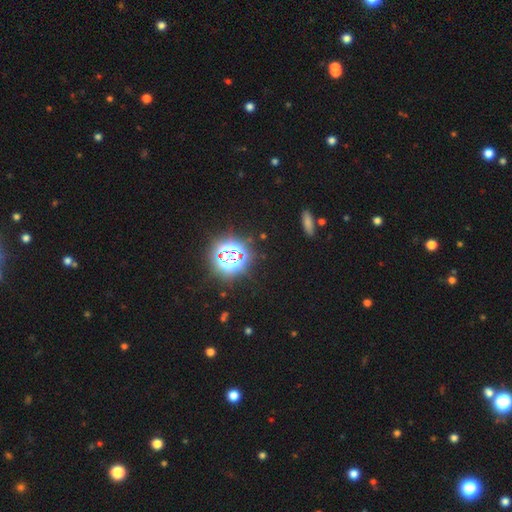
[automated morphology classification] Smooth or featured?
  - star or artifact: 82% *
  - smooth: 12%
  - featured or disk: 6%